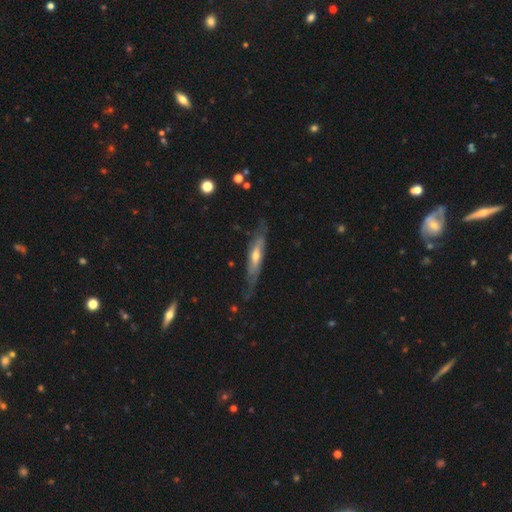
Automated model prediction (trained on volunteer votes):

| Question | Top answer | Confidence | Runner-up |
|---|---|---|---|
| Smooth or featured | featured or disk | 67% | smooth (27%) |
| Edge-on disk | yes | 64% | no (36%) |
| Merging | none | 67% | minor disturbance (23%) |